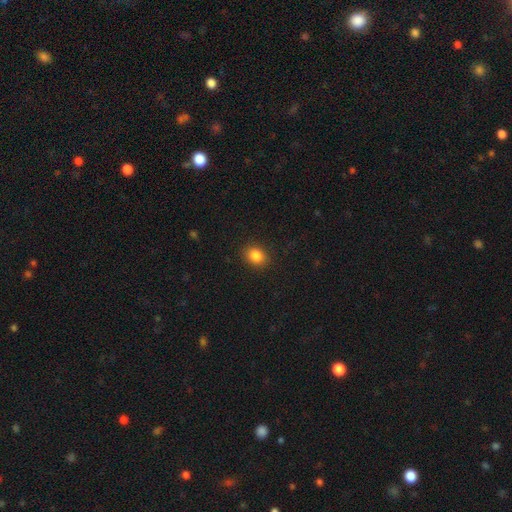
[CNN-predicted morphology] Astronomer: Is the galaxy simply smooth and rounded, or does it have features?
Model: smooth — 85%.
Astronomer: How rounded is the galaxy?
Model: in between — 52% (runner-up: round, 47%).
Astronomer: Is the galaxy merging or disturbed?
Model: none — 89%.